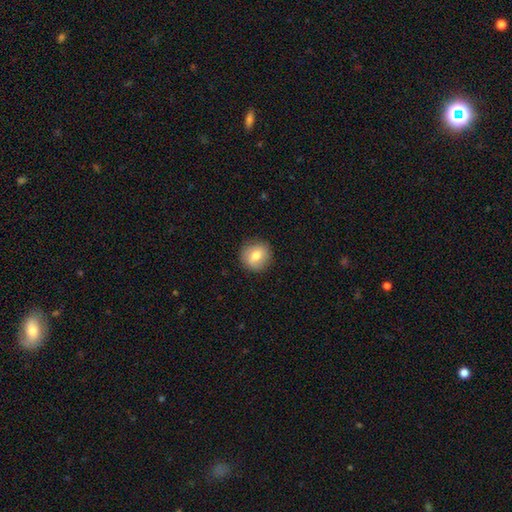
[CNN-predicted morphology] This appears to be a smooth galaxy with no disk features (76%) that is round (88%). Merging: none (88%).